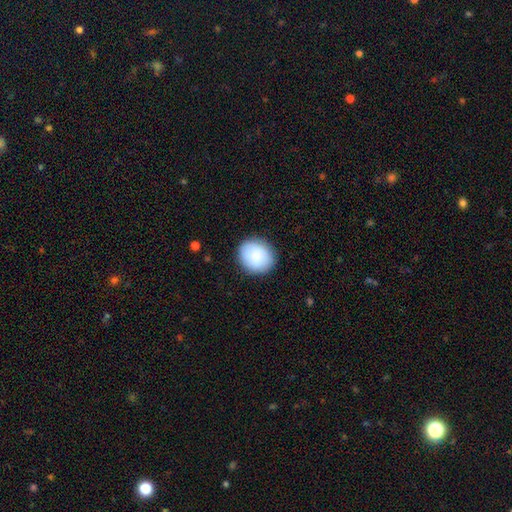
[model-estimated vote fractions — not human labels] Q: Smooth or featured?
A: smooth (88%); runner-up: star or artifact (7%)
Q: How rounded?
A: round (78%); runner-up: in between (21%)
Q: Merging?
A: none (88%); runner-up: minor disturbance (9%)